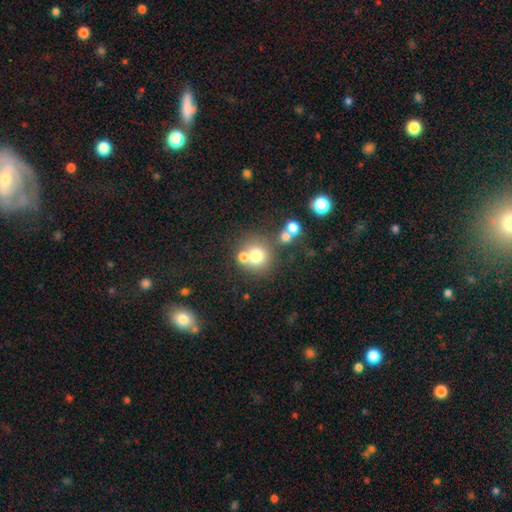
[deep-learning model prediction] Smooth or featured? Predicted: smooth (p=0.71). How rounded? Predicted: round (p=0.89). Merging? Predicted: none (p=0.55).